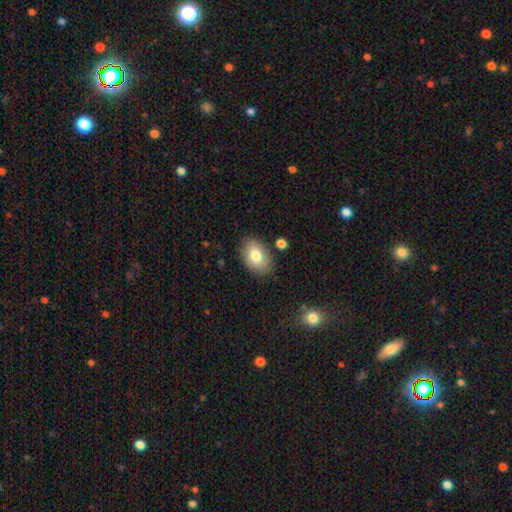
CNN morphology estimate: A smooth galaxy with no disk features (78%) that is in between round and cigar-shaped (87%).

Vote fractions:
- Smooth or featured? smooth: 78% / featured or disk: 14% / star or artifact: 8%
- How rounded? in between: 87% / round: 12% / cigar-shaped: 1%
- Merging? none: 82% / minor disturbance: 13% / major disturbance: 3% / merger: 3%